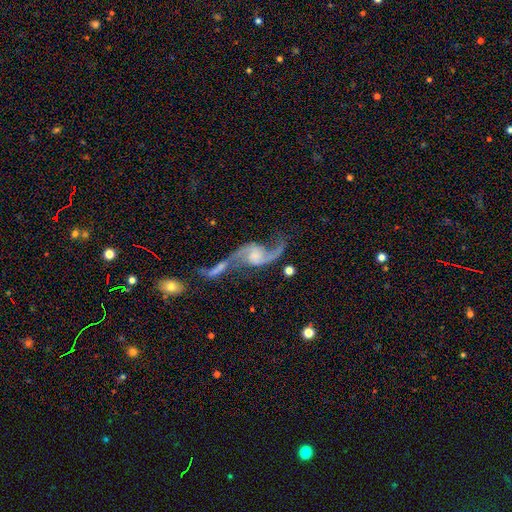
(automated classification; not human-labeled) This is clearly a featured or disk galaxy (89%). It is clearly not viewed edge-on (96%). Bar: possibly no (54%). Spiral arm pattern: clearly yes (96%). Spiral arm count: clearly 2 (92%). Spiral winding: clearly loose (82%). Central bulge: marginally small (37%). Merging: possibly merger (46%).